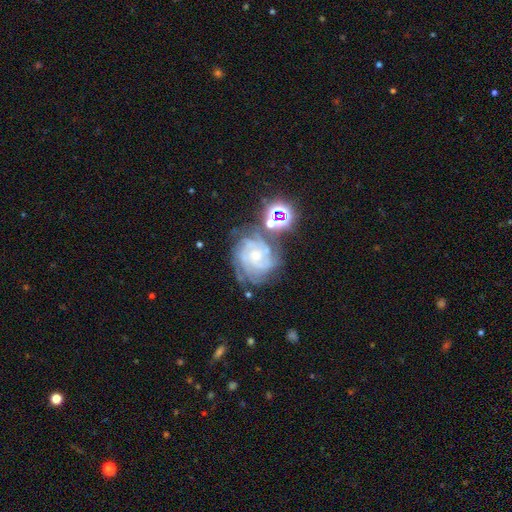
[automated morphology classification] Smooth or featured: featured or disk — 80% (star or artifact — 11%)
Edge-on disk: no — 98% (yes — 2%)
Bar: no — 75% (weak — 21%)
Spiral arms: yes — 95% (no — 5%)
Spiral winding: tight — 71% (medium — 25%)
Spiral arm count: can't tell — 32% (4 — 23%)
Bulge size: small — 63% (moderate — 30%)
Merging: none — 59% (minor disturbance — 20%)